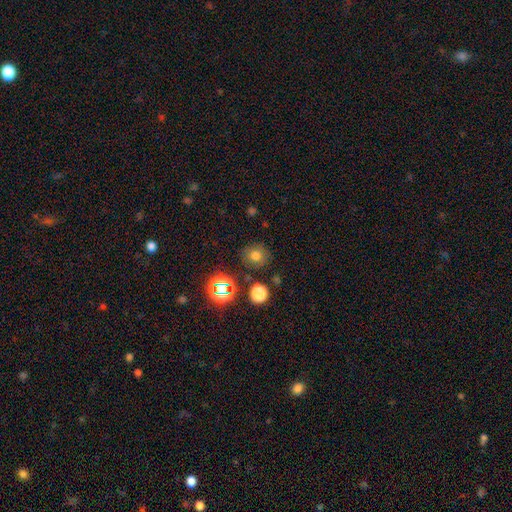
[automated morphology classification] This is likely a smooth galaxy (71%). How rounded: clearly round (83%). Merging: clearly none (82%).